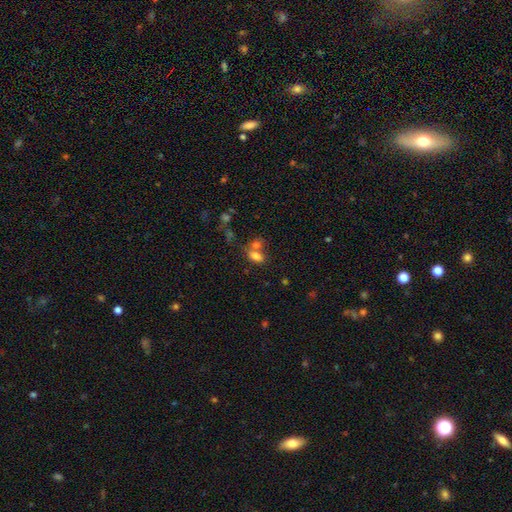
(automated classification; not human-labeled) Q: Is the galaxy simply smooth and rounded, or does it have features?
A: smooth — 78%.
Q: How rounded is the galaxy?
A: in between — 85%.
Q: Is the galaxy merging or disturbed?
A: none — 43%.